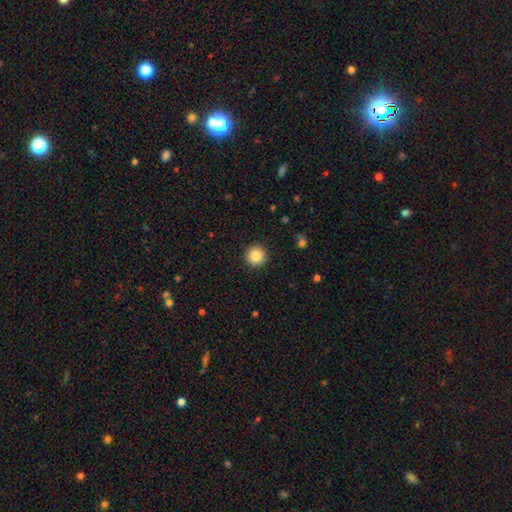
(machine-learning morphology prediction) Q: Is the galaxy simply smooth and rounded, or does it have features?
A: smooth — 86%.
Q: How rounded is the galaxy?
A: round — 96%.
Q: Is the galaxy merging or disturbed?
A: none — 92%.